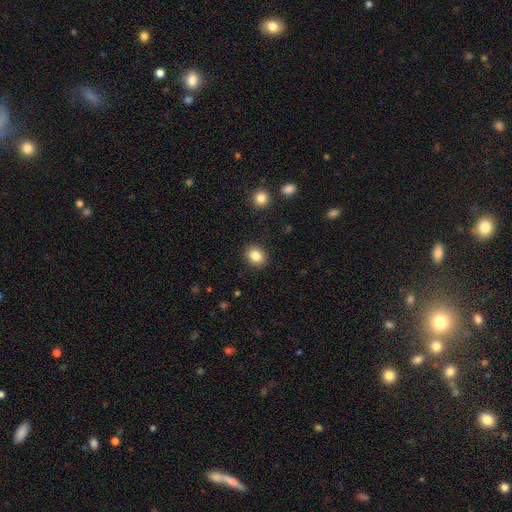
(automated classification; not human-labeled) Morphology: type=smooth (84%); roundness=round (60%); merging=none (90%).